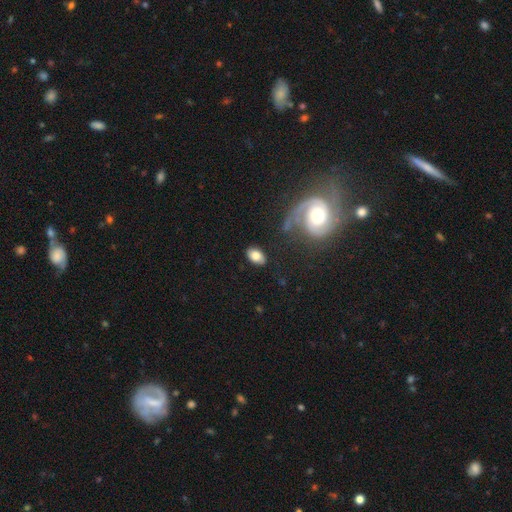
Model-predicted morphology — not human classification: Overall: smooth (76%). How rounded: in between (90%). Merging: none (81%).